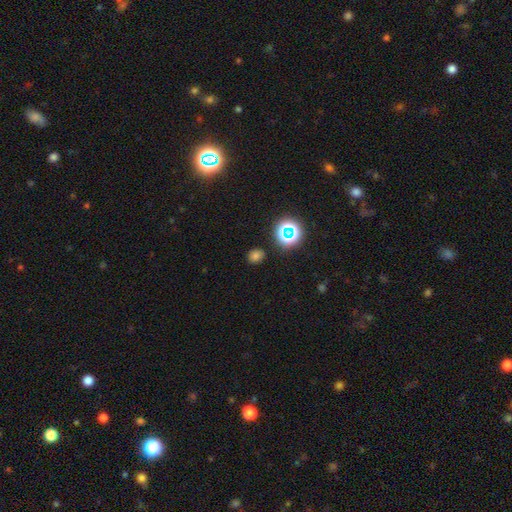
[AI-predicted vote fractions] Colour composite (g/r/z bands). It shows a smooth galaxy with no disk features (69%) that is round (63%). Merging: none (85%).